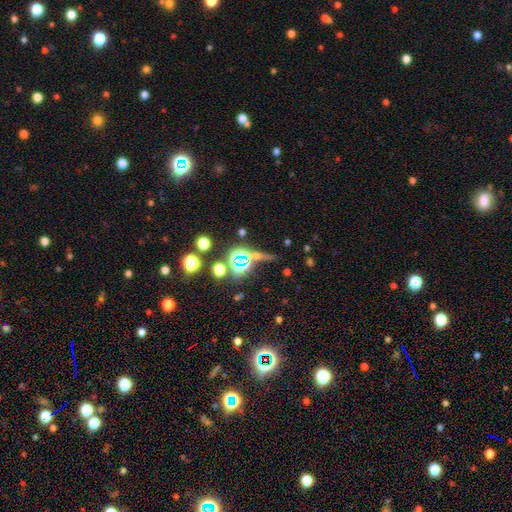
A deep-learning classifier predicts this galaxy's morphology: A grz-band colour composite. It shows a star or artifact, not a galaxy (54%).